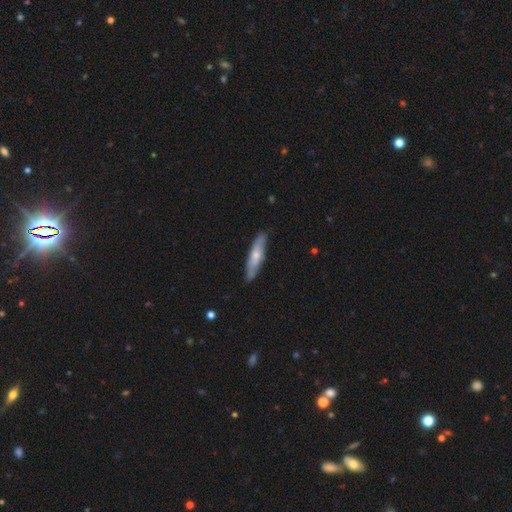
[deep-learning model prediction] smooth_or_featured: smooth (p=0.54) [alt: featured or disk p=0.41]
how_rounded: cigar-shaped (p=0.77) [alt: in between p=0.21]
merging: none (p=0.84) [alt: minor disturbance p=0.13]